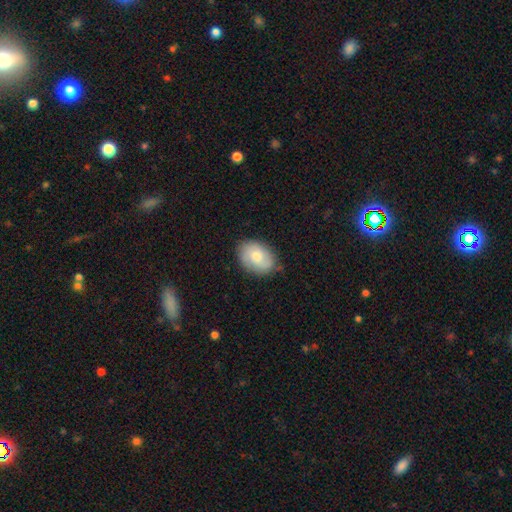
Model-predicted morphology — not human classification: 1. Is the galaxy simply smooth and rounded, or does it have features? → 67% smooth, 27% featured or disk, 7% star or artifact.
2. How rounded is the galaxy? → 73% in between, 26% round, 1% cigar-shaped.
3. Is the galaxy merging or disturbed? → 77% none, 18% minor disturbance, 4% major disturbance, 1% merger.